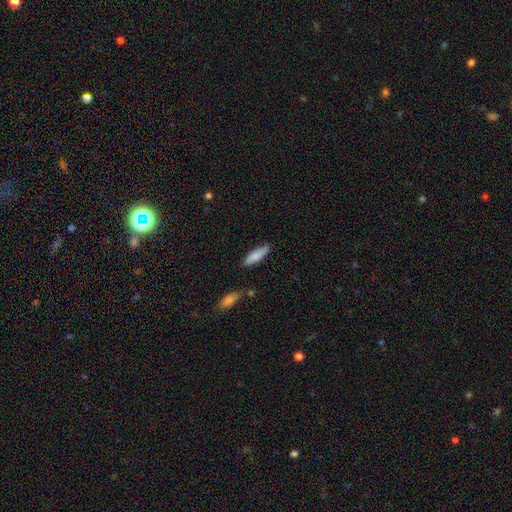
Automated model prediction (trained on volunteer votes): Morphology: type=smooth (82%); roundness=cigar-shaped (58%); merging=none (80%).